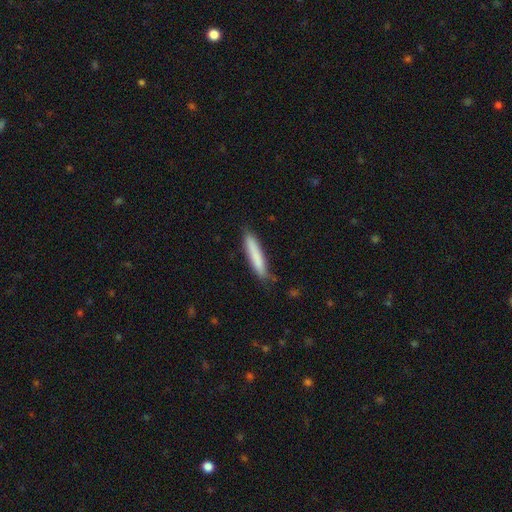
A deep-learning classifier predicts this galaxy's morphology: Smooth or featured: smooth — 80% (featured or disk — 14%)
How rounded: cigar-shaped — 91% (in between — 7%)
Merging: none — 81% (minor disturbance — 15%)